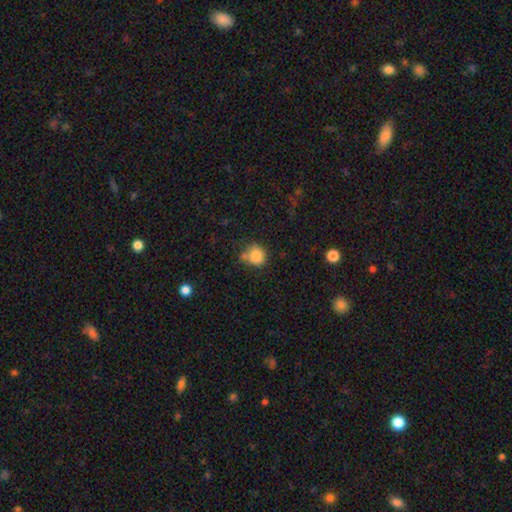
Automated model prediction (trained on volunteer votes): Smooth or featured: smooth — 84% (star or artifact — 10%)
How rounded: round — 82% (in between — 17%)
Merging: none — 58% (minor disturbance — 22%)